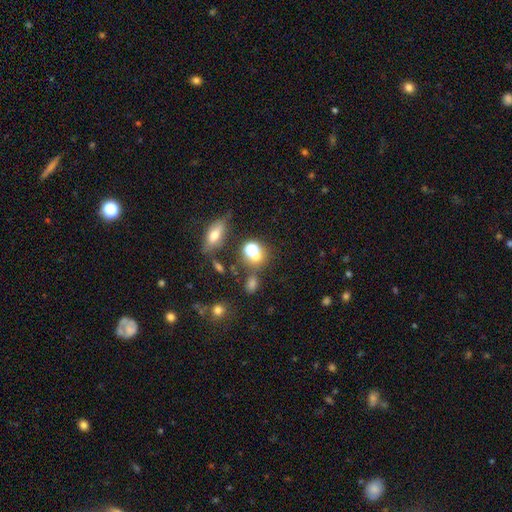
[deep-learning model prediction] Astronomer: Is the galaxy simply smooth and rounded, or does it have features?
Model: smooth — 57% (runner-up: star or artifact, 33%).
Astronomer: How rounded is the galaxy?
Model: round — 68%.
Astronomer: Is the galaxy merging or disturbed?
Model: none — 59%.